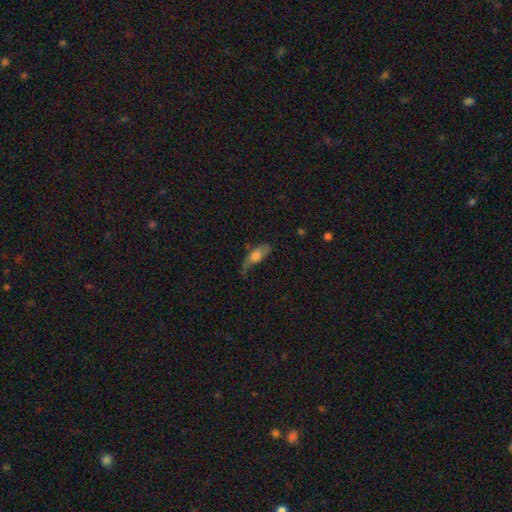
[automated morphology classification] smooth 57%, featured or disk 35%, star or artifact 8%. Down the decision tree: how rounded — in between (72%); merging — none (38%).